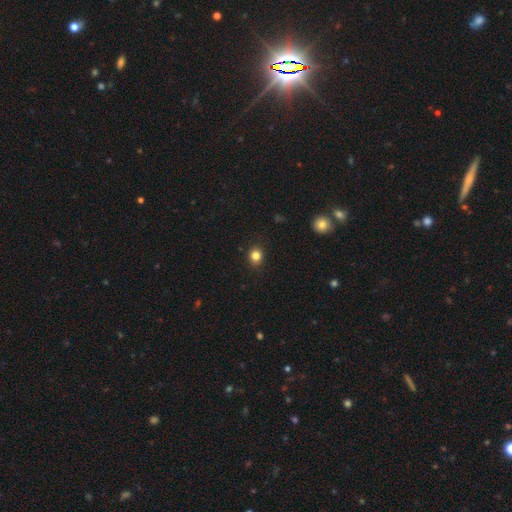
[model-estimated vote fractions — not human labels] This is clearly a smooth galaxy (83%). How rounded: likely round (80%). Merging: clearly none (88%).